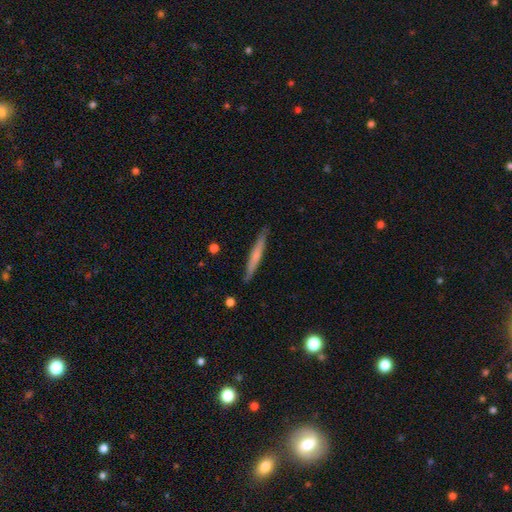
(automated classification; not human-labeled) Smooth or featured? Predicted: smooth (p=0.53). How rounded? Predicted: cigar-shaped (p=0.96). Merging? Predicted: none (p=0.89).